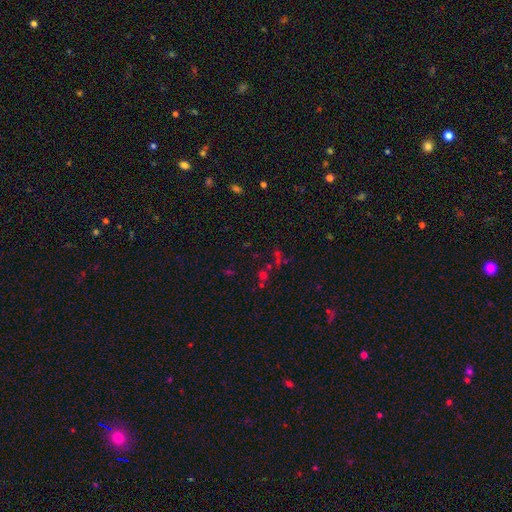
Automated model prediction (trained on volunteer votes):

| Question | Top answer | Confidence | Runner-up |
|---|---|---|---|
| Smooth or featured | star or artifact | 54% | smooth (34%) |